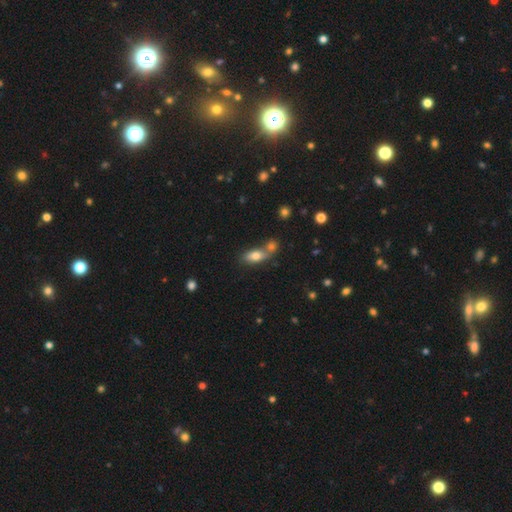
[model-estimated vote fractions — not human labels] Smooth or featured? Predicted: smooth (p=0.77). How rounded? Predicted: in between (p=0.83). Merging? Predicted: merger (p=0.43, tied with none).